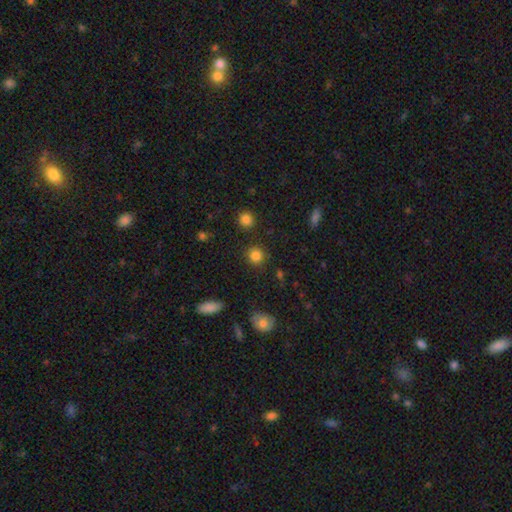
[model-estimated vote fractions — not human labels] A smooth galaxy with no disk features (84%) that is round (90%).

Vote fractions:
- Smooth or featured? smooth: 84% / star or artifact: 12% / featured or disk: 4%
- How rounded? round: 90% / in between: 9% / cigar-shaped: 1%
- Merging? none: 89% / minor disturbance: 7% / major disturbance: 3% / merger: 2%